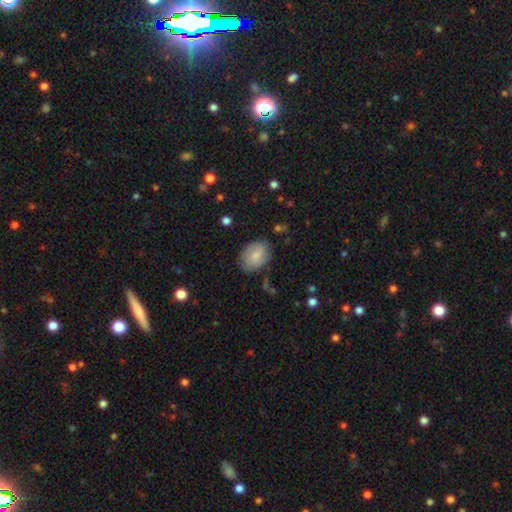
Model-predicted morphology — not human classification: type=smooth (79%); roundness=in between (77%); merging=none (78%).